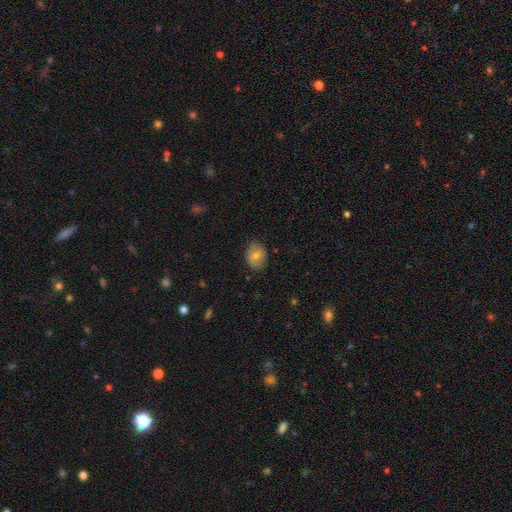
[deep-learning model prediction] Smooth or featured? smooth (72%)
How rounded? in between (58%)
Merging? none (82%)